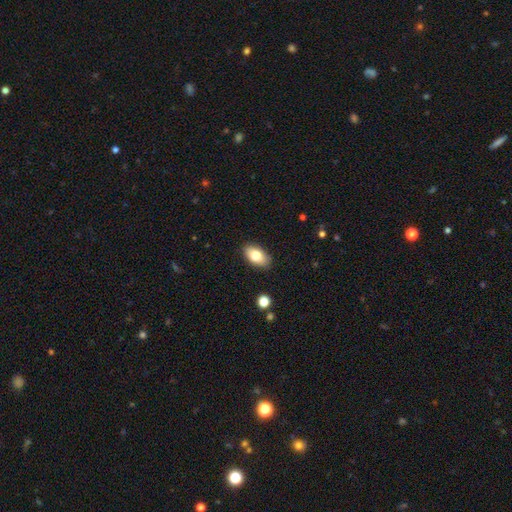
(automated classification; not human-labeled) Overall: smooth (80%). How rounded: in between (92%). Merging: none (88%).